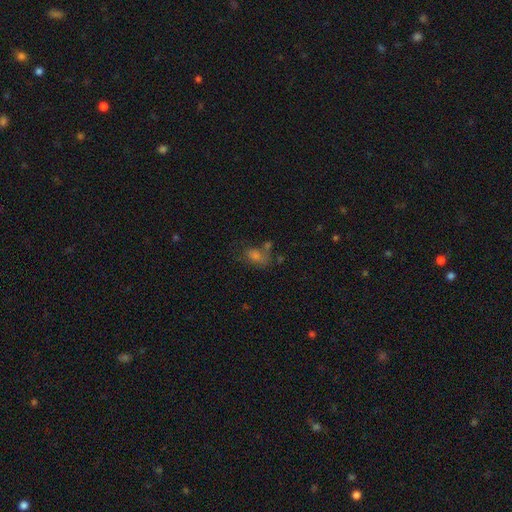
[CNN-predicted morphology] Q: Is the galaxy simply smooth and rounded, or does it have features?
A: smooth — 57%.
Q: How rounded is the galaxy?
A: in between — 79%.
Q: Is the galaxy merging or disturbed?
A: none — 46%.